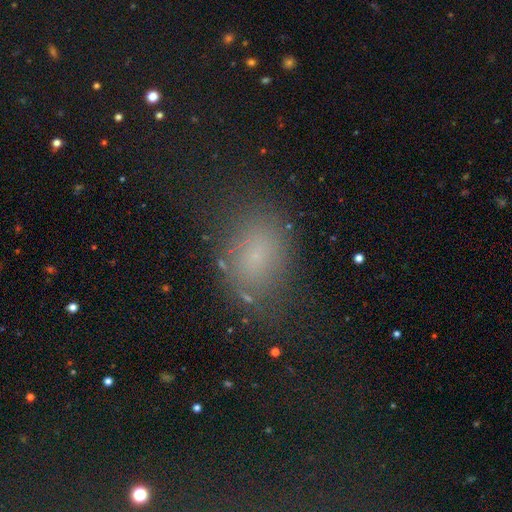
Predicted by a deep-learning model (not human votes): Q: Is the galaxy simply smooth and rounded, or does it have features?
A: smooth — 68%.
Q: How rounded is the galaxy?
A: in between — 78%.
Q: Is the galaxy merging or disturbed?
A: none — 67%.